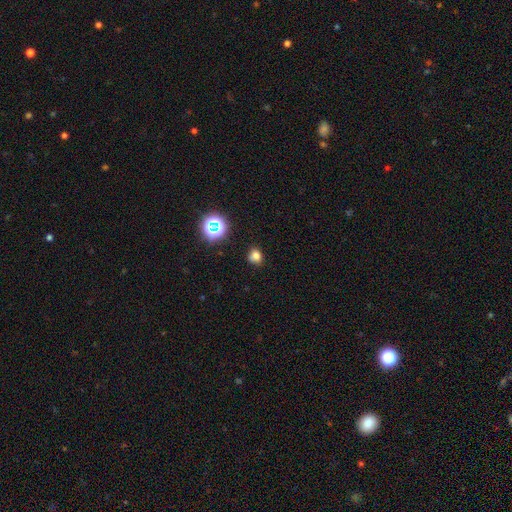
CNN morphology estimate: Smooth or featured?
  - smooth: 74% *
  - star or artifact: 20%
  - featured or disk: 6%
How rounded?
  - round: 68% *
  - in between: 31%
  - cigar-shaped: 1%
Merging?
  - none: 81% *
  - minor disturbance: 14%
  - major disturbance: 3%
  - merger: 2%